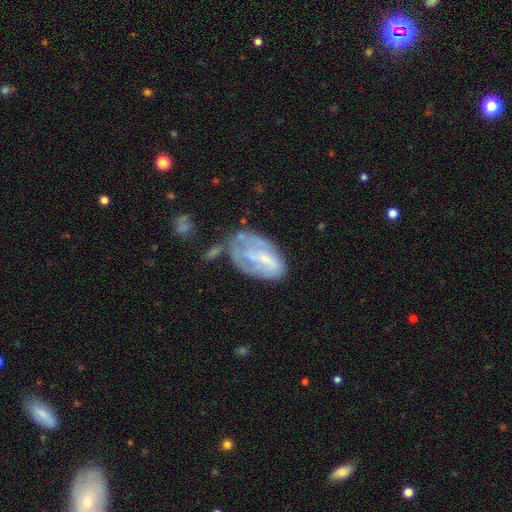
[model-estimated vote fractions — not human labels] featured or disk 61%, smooth 30%, star or artifact 9%. Down the decision tree: edge-on disk — no (94%); bar — weak (40%); spiral arms — yes (55%); bulge size — small (55%); merging — none (37%).